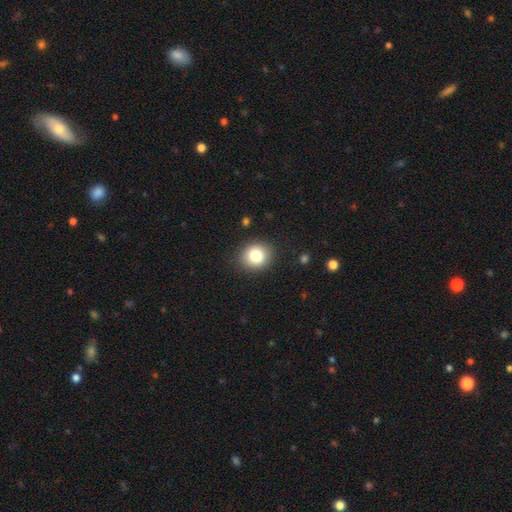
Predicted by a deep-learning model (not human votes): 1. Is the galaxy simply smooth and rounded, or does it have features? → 82% smooth, 10% star or artifact, 8% featured or disk.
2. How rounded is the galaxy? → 76% round, 23% in between, 1% cigar-shaped.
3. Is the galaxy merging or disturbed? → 88% none, 8% minor disturbance, 2% major disturbance, 1% merger.